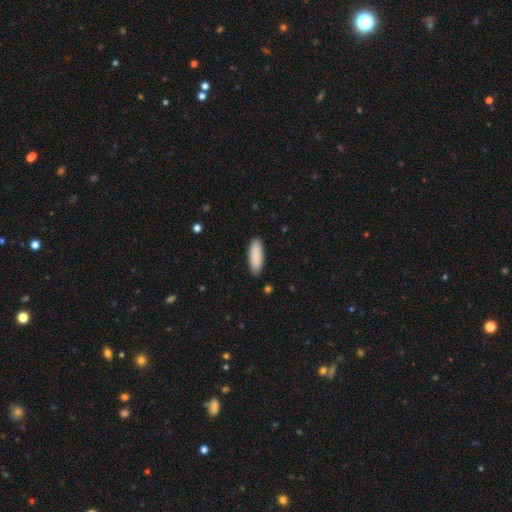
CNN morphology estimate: smooth_or_featured: smooth (p=0.89) [alt: featured or disk p=0.05]
how_rounded: in between (p=0.63) [alt: cigar-shaped p=0.35]
merging: none (p=0.89) [alt: minor disturbance p=0.08]